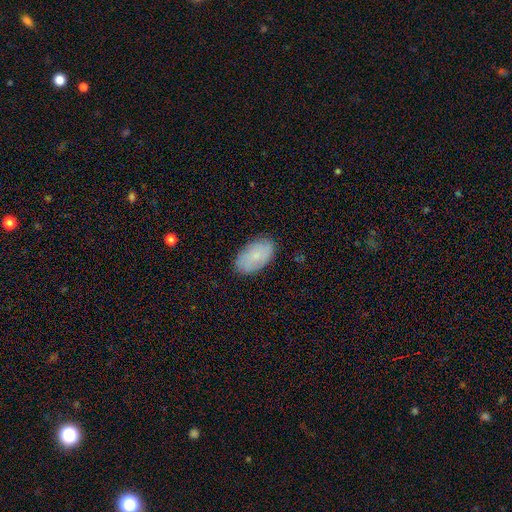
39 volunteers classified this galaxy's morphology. smooth_or_featured: smooth (p=0.54) [alt: featured or disk p=0.38]
how_rounded: in between (p=0.95) [alt: round p=0.05]
merging: none (p=0.89) [alt: minor disturbance p=0.11]